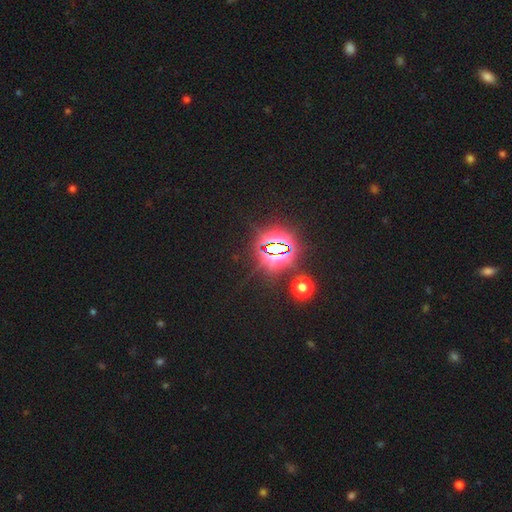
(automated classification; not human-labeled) smooth-or-featured: star or artifact: 77% | smooth: 18% | featured or disk: 5%